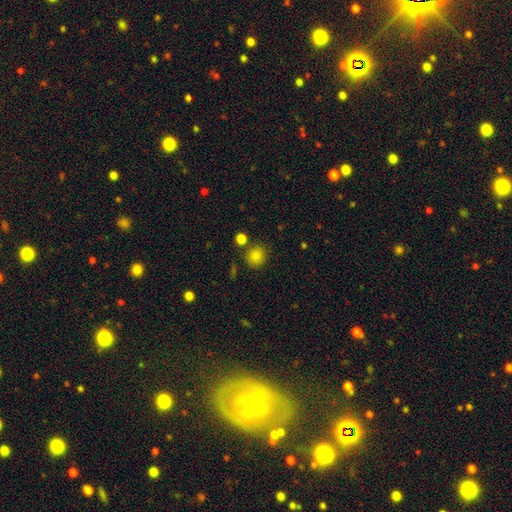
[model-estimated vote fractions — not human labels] This is clearly a smooth galaxy (84%). How rounded: clearly round (86%). Merging: likely none (78%).